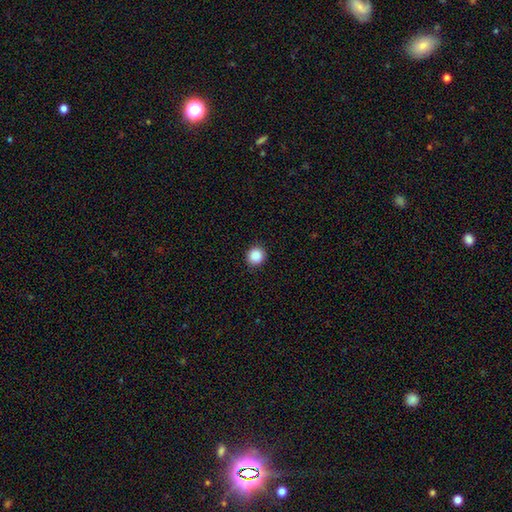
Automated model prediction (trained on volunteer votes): smooth 89%, star or artifact 9%, featured or disk 2%. Down the decision tree: how rounded — round (92%); merging — none (92%).